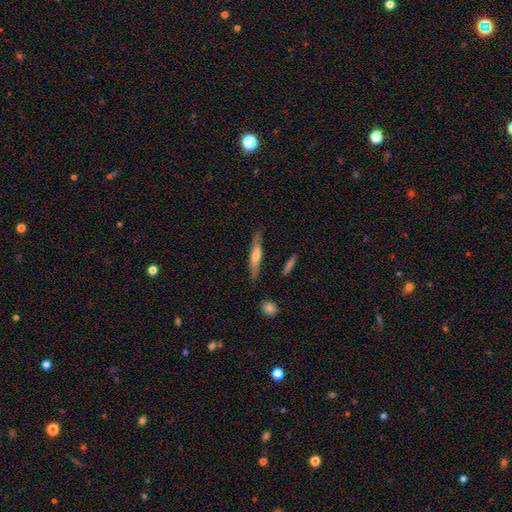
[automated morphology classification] smooth_or_featured: smooth (p=0.53) [alt: featured or disk p=0.41]
how_rounded: cigar-shaped (p=0.86) [alt: in between p=0.12]
merging: none (p=0.81) [alt: minor disturbance p=0.14]